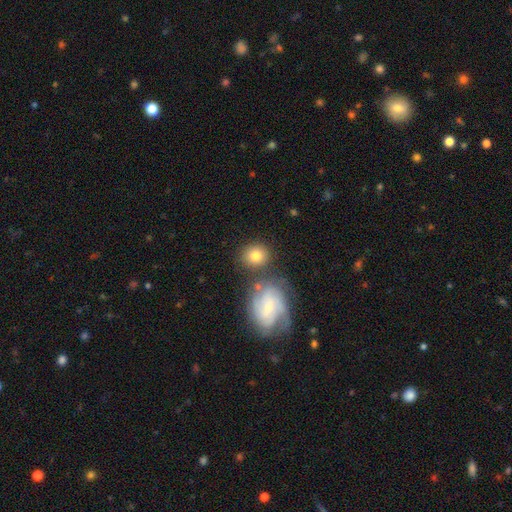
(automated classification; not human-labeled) Smooth or featured? smooth (76%)
How rounded? round (79%)
Merging? none (72%)